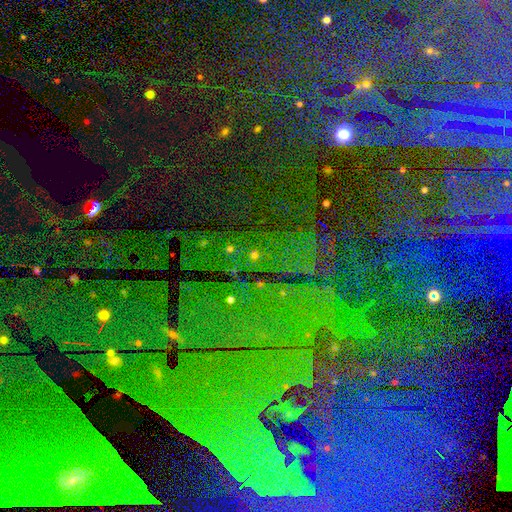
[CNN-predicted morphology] Smooth or featured? Predicted: star or artifact (p=0.82).